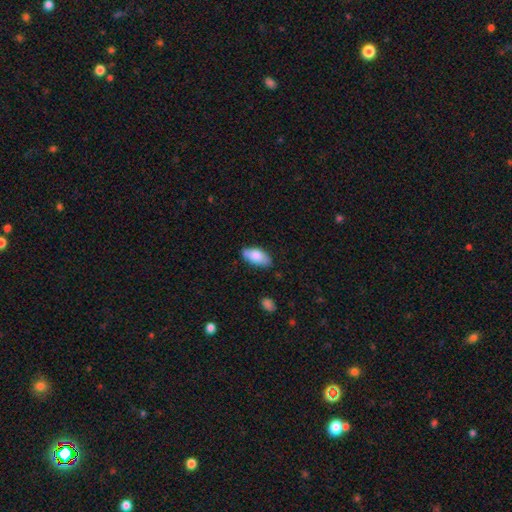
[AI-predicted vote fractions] This is likely a smooth galaxy (80%). How rounded: clearly in between (90%). Merging: likely none (70%).